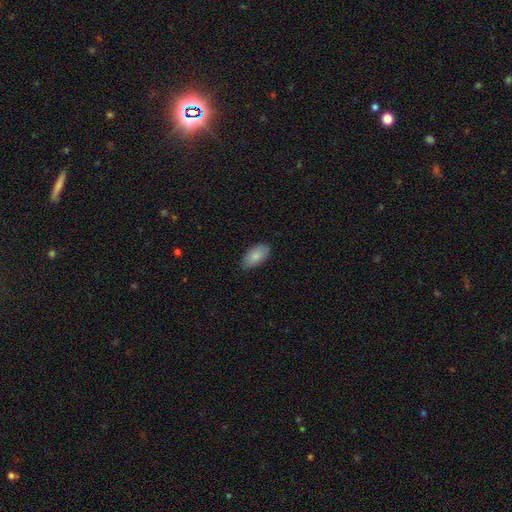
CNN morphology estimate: Overall: smooth (86%). How rounded: in between (94%). Merging: none (86%).